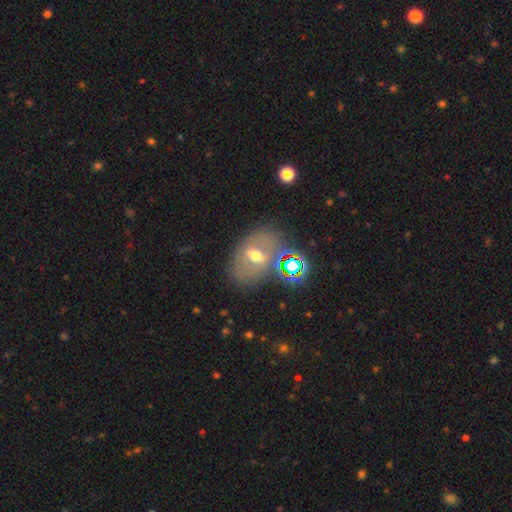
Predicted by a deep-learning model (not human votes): smooth-or-featured: featured or disk: 46% | smooth: 36% | star or artifact: 18%
  merging: none: 68% | minor disturbance: 15% | merger: 9% | major disturbance: 8%